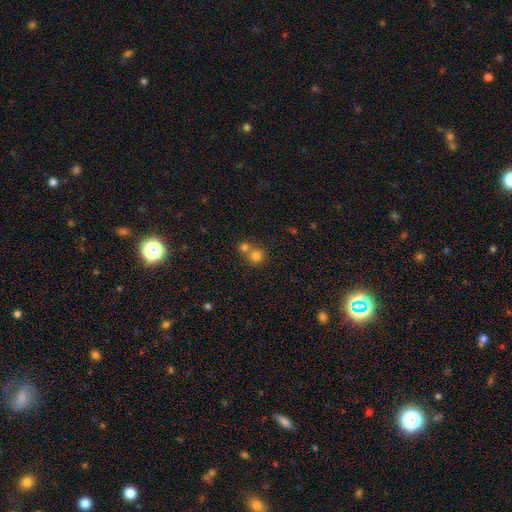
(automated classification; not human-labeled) This appears to be a smooth galaxy with no disk features (78%) that is round (90%). Merging: none (48%).